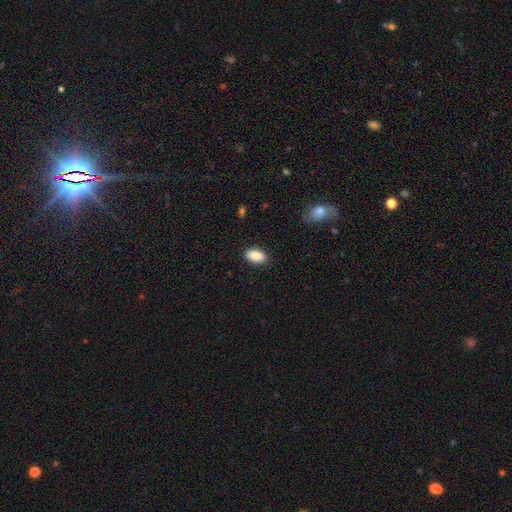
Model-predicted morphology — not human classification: This appears to be a smooth galaxy with no disk features (87%) that is in between round and cigar-shaped (93%). Merging: none (88%).